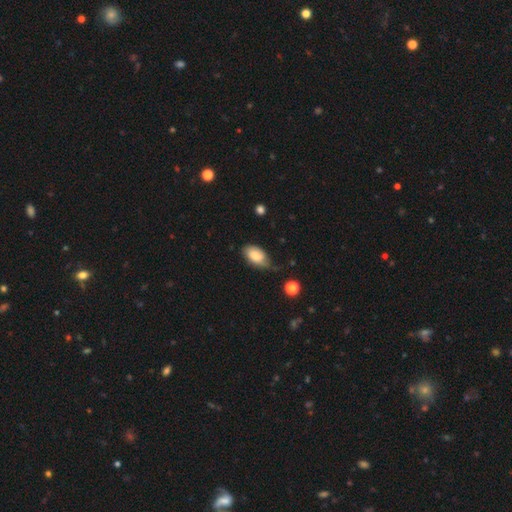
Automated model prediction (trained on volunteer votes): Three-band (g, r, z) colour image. It shows a smooth galaxy with no disk features (79%) that is in between round and cigar-shaped (93%). Merging: none (45%).